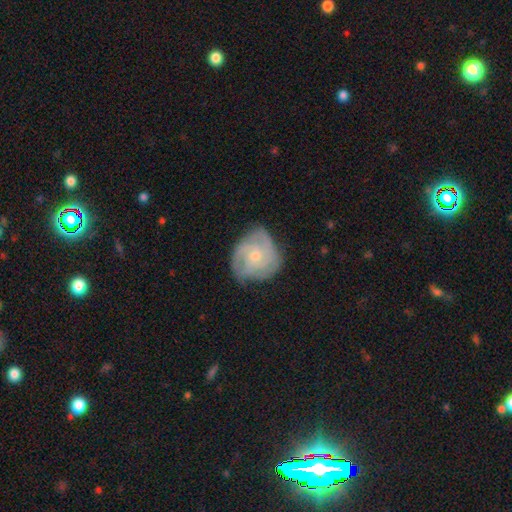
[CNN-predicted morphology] This is likely a featured or disk galaxy (78%). It is clearly not viewed edge-on (98%). Bar: likely no (76%). Spiral arm pattern: clearly yes (94%). Spiral arm count: marginally 3 (42%). Spiral winding: likely tight (62%). Central bulge: possibly small (55%). Merging: likely none (69%).